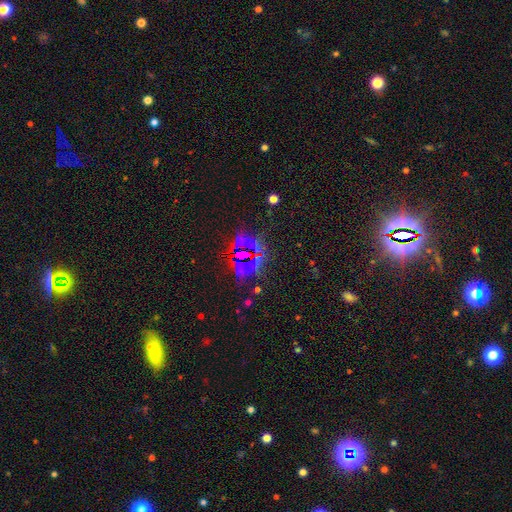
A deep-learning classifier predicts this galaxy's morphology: smooth_or_featured: star or artifact (p=0.84) [alt: smooth p=0.09]